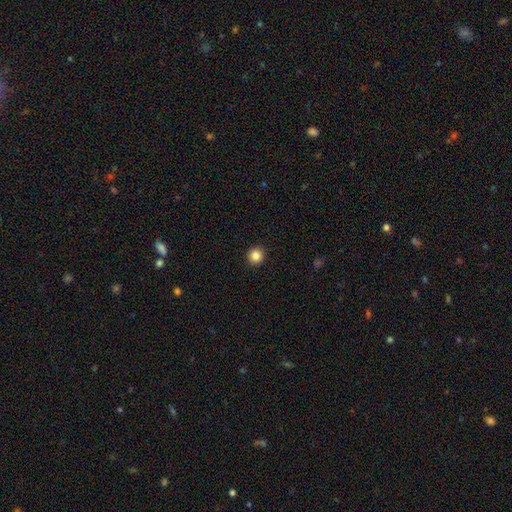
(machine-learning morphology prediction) Smooth or featured?
  - smooth: 85% *
  - star or artifact: 10%
  - featured or disk: 4%
How rounded?
  - round: 95% *
  - in between: 4%
  - cigar-shaped: 1%
Merging?
  - none: 93% *
  - minor disturbance: 4%
  - major disturbance: 1%
  - merger: 1%